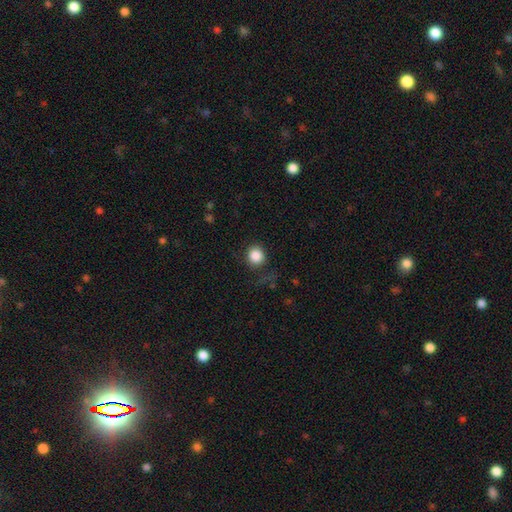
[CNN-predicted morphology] The model was most divided on "merging": none: 81%, minor disturbance: 12%, major disturbance: 6%, merger: 2%. More confident: how rounded — round (89%); smooth or featured — smooth (87%).